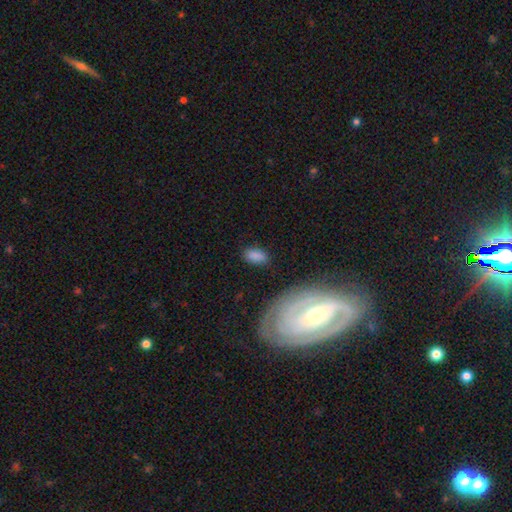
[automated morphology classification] This is clearly a smooth galaxy (84%). How rounded: clearly in between (92%). Merging: likely none (79%).